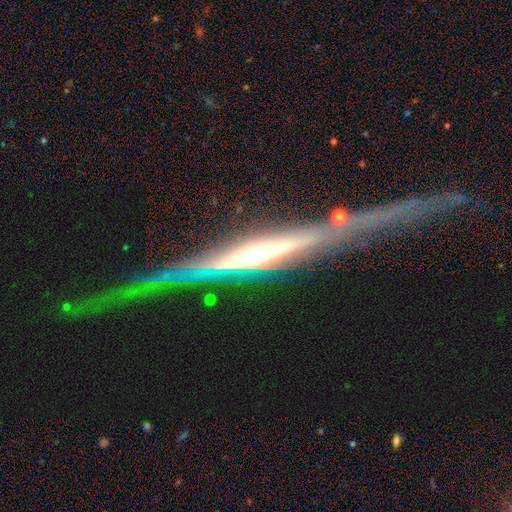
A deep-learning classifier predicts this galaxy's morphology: Smooth or featured?
  - featured or disk: 85% *
  - smooth: 8%
  - star or artifact: 7%
Edge-on disk?
  - yes: 94% *
  - no: 6%
Edge-on bulge?
  - rounded: 78% *
  - boxy: 14%
  - none: 8%
Merging?
  - none: 79% *
  - minor disturbance: 13%
  - major disturbance: 5%
  - merger: 3%